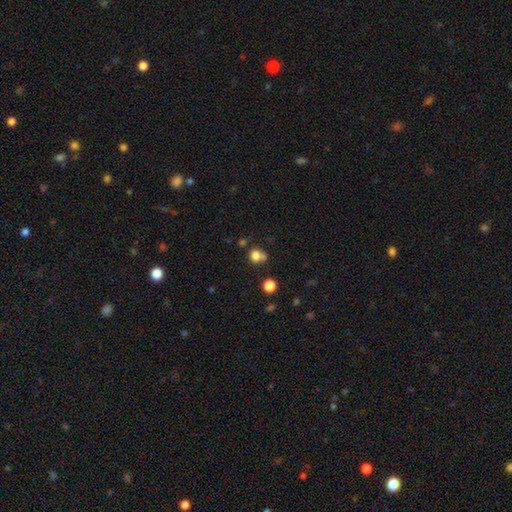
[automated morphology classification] Overall: smooth (78%). How rounded: round (82%). Merging: none (55%; merger 27%).